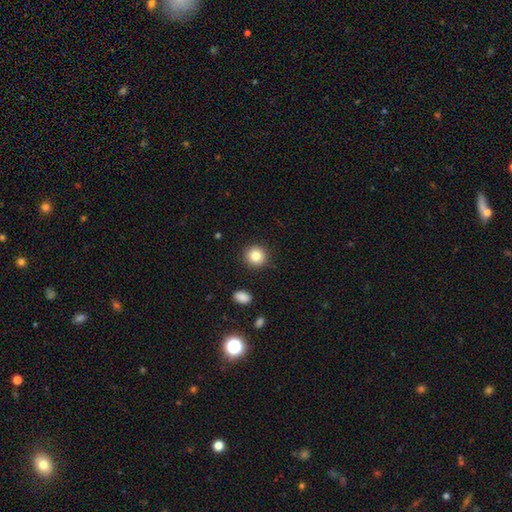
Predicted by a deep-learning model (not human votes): Q: Smooth or featured?
A: smooth (84%); runner-up: star or artifact (10%)
Q: How rounded?
A: round (90%); runner-up: in between (10%)
Q: Merging?
A: none (90%); runner-up: minor disturbance (6%)